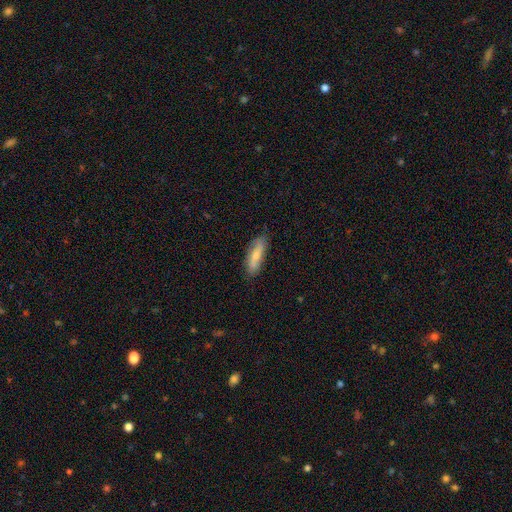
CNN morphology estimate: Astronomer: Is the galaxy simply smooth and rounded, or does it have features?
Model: smooth — 66%.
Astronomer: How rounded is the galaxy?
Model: cigar-shaped — 55% (runner-up: in between, 43%).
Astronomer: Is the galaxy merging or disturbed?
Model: none — 82%.